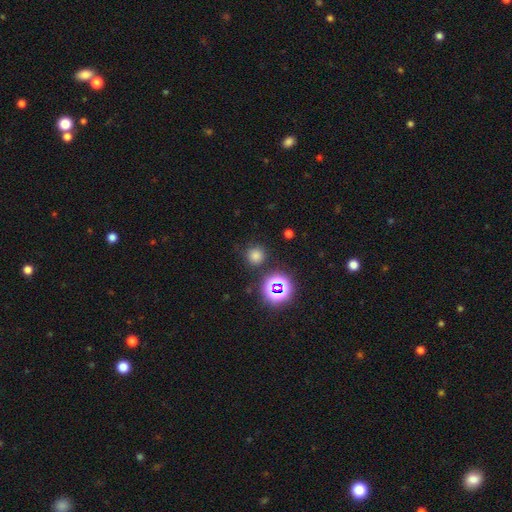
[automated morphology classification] Smooth or featured?
  - smooth: 70% *
  - star or artifact: 24%
  - featured or disk: 5%
How rounded?
  - round: 93% *
  - in between: 6%
  - cigar-shaped: 1%
Merging?
  - none: 85% *
  - minor disturbance: 8%
  - major disturbance: 4%
  - merger: 3%